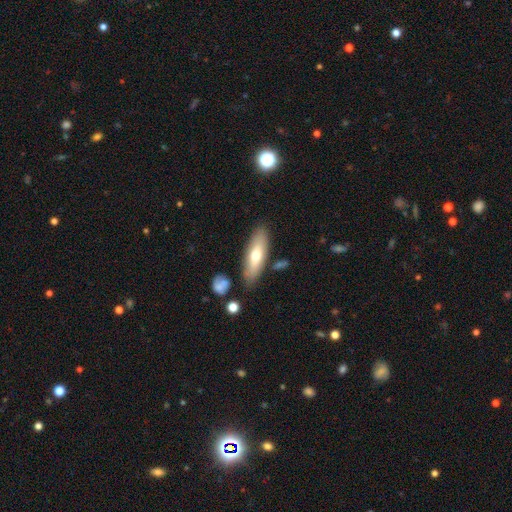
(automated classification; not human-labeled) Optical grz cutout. It shows a smooth galaxy with no disk features (61%) that is in between round and cigar-shaped (53%). Merging: none (81%).